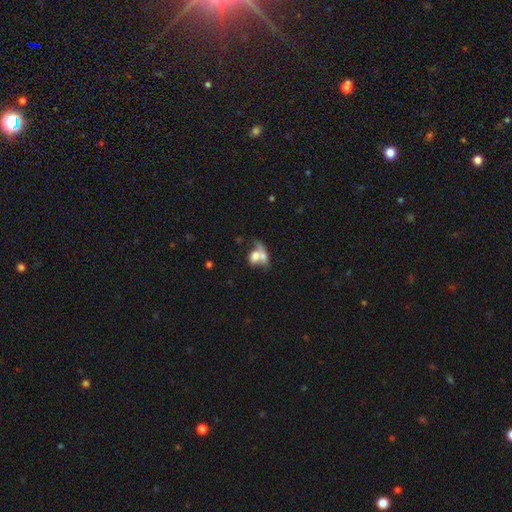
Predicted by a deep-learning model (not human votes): The model was most divided on "how rounded": in between: 64%, round: 33%, cigar-shaped: 4%. More confident: merging — merger (68%); smooth or featured — smooth (64%).